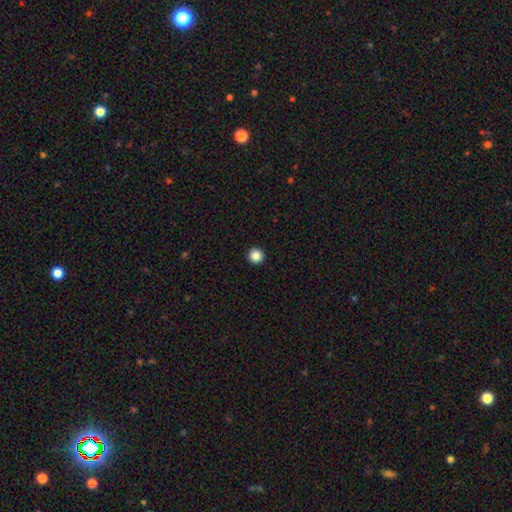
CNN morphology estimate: Smooth or featured? smooth (87%)
How rounded? round (96%)
Merging? none (94%)